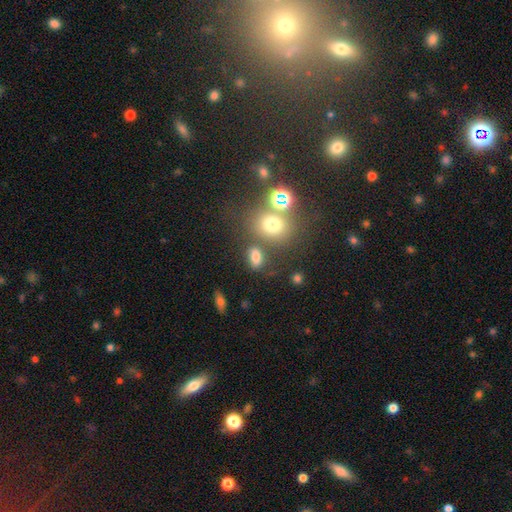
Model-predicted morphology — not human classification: Overall: smooth (73%). How rounded: in between (77%). Merging: none (65%).